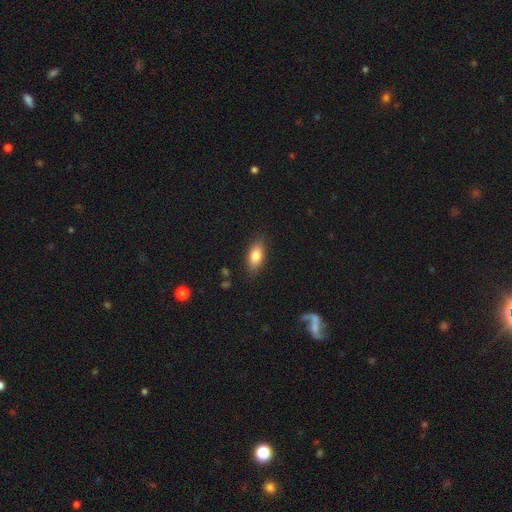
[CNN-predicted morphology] Smooth or featured?
  - smooth: 81% *
  - featured or disk: 12%
  - star or artifact: 7%
How rounded?
  - in between: 87% *
  - cigar-shaped: 9%
  - round: 4%
Merging?
  - none: 86% *
  - minor disturbance: 10%
  - major disturbance: 2%
  - merger: 1%